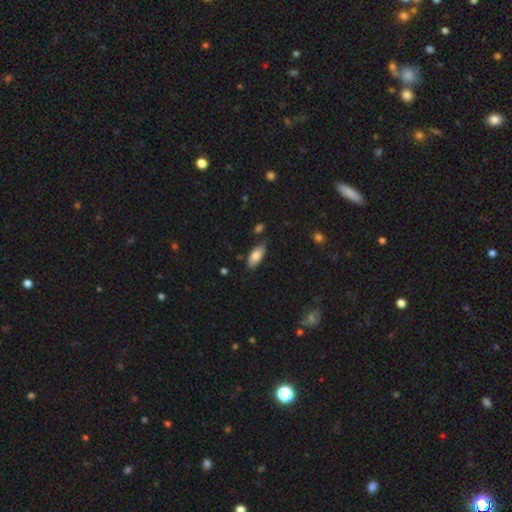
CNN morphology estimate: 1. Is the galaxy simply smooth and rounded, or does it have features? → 80% smooth, 13% featured or disk, 7% star or artifact.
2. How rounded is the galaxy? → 84% in between, 14% cigar-shaped, 2% round.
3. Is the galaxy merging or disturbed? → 75% none, 19% minor disturbance, 3% major disturbance, 3% merger.